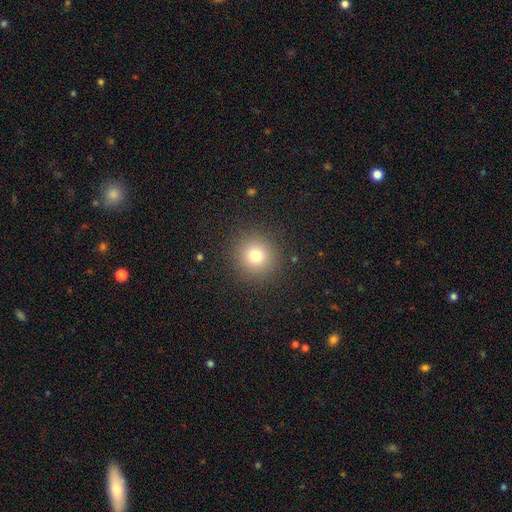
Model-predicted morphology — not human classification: smooth_or_featured: smooth (p=0.77) [alt: star or artifact p=0.14]
how_rounded: round (p=0.94) [alt: in between p=0.05]
merging: none (p=0.90) [alt: minor disturbance p=0.06]